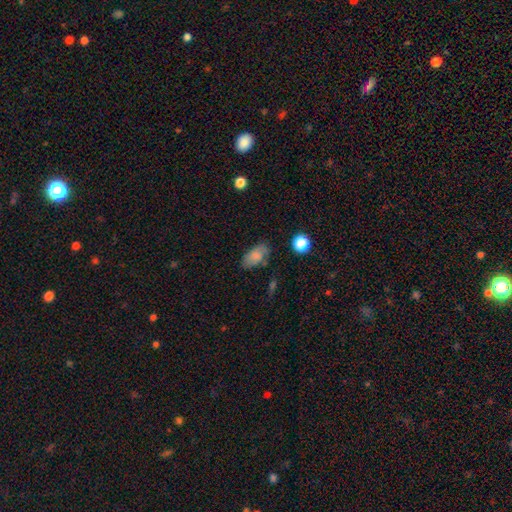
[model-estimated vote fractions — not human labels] Overall: smooth (79%). How rounded: in between (91%). Merging: none (68%).